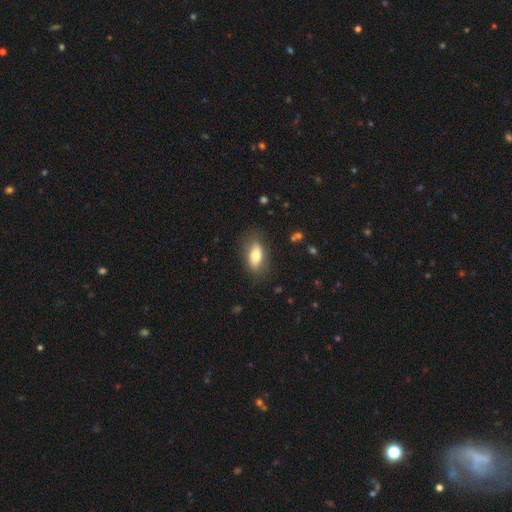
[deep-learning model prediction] A smooth galaxy with no disk features (71%) that is in between round and cigar-shaped (86%).

Vote fractions:
- Smooth or featured? smooth: 71% / featured or disk: 22% / star or artifact: 7%
- How rounded? in between: 86% / cigar-shaped: 9% / round: 5%
- Merging? none: 79% / minor disturbance: 15% / major disturbance: 5% / merger: 1%